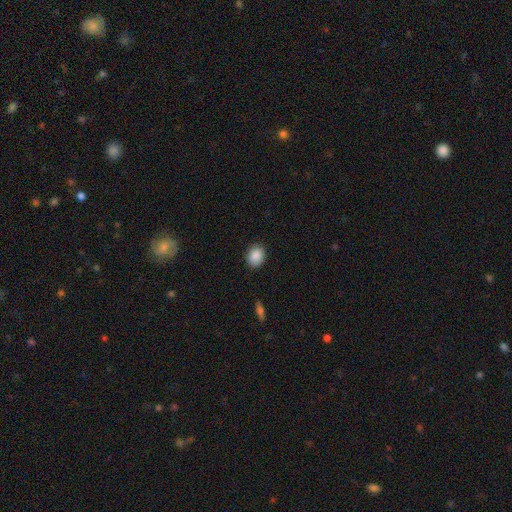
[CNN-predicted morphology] A smooth galaxy with no disk features (88%) that is in between round and cigar-shaped (54%).

Vote fractions:
- Smooth or featured? smooth: 88% / star or artifact: 8% / featured or disk: 4%
- How rounded? in between: 54% / round: 45% / cigar-shaped: 1%
- Merging? none: 86% / minor disturbance: 10% / major disturbance: 2% / merger: 1%